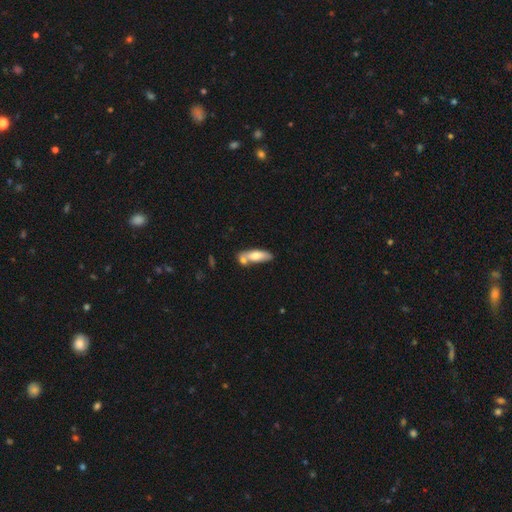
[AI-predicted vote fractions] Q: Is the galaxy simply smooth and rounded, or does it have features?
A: smooth — 68%.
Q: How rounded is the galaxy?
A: in between — 55%.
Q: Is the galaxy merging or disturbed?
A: none — 48%.